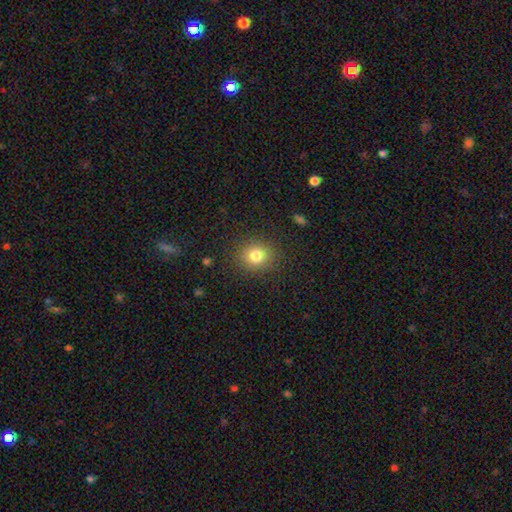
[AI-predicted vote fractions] smooth_or_featured: smooth (p=0.80) [alt: star or artifact p=0.13]
how_rounded: round (p=0.77) [alt: in between p=0.22]
merging: none (p=0.88) [alt: minor disturbance p=0.08]